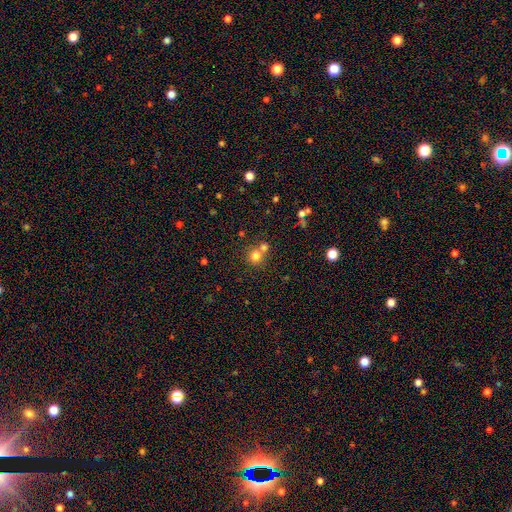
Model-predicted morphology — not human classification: smooth-or-featured: smooth: 76% | star or artifact: 15% | featured or disk: 9%
  how-rounded: round: 87% | in between: 12% | cigar-shaped: 1%
  merging: none: 51% | merger: 40% | minor disturbance: 6% | major disturbance: 3%